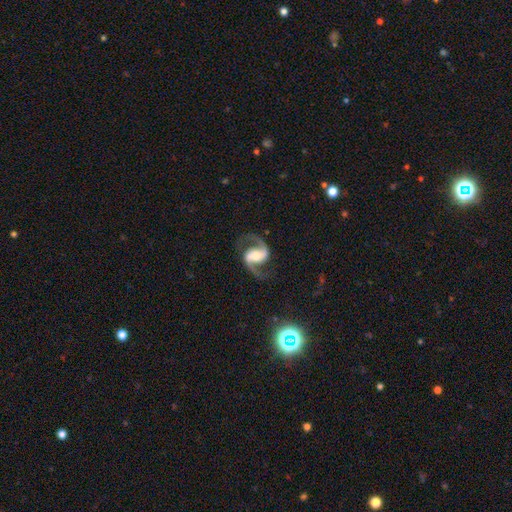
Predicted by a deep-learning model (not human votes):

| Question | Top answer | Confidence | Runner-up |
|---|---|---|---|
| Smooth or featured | featured or disk | 92% | star or artifact (4%) |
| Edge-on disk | no | 98% | yes (2%) |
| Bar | weak | 37% | strong (35%) |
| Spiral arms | yes | 98% | no (2%) |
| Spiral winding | medium | 51% | loose (40%) |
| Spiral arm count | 2 | 94% | 1 (2%) |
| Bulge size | moderate | 49% | small (27%) |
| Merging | none | 80% | minor disturbance (12%) |